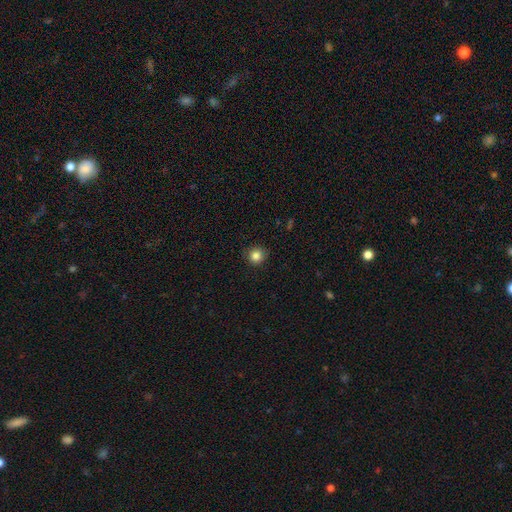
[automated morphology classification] Q: Smooth or featured?
A: smooth (84%); runner-up: star or artifact (11%)
Q: How rounded?
A: round (92%); runner-up: in between (7%)
Q: Merging?
A: none (90%); runner-up: minor disturbance (8%)